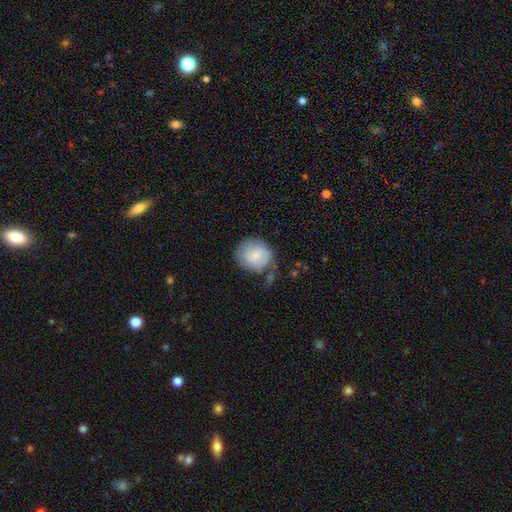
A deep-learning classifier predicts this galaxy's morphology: smooth_or_featured: smooth (p=0.75) [alt: featured or disk p=0.19]
how_rounded: round (p=0.83) [alt: in between p=0.16]
merging: none (p=0.57) [alt: minor disturbance p=0.25]